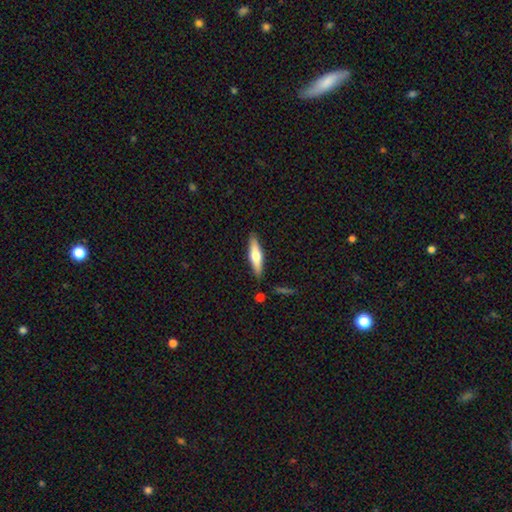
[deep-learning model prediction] The model was most divided on "smooth or featured": smooth: 50%, featured or disk: 45%, star or artifact: 6%. More confident: merging — none (86%).